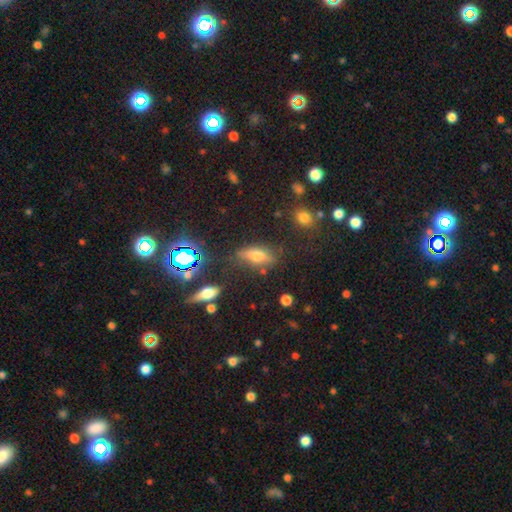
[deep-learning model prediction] smooth 53%, star or artifact 26%, featured or disk 21%. Down the decision tree: how rounded — in between (67%); merging — none (72%).